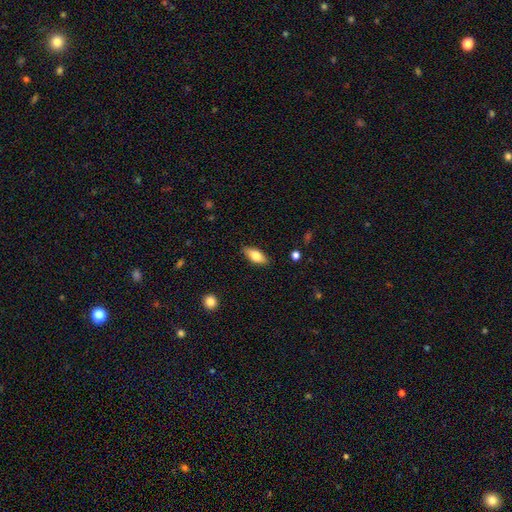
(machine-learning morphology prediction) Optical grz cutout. It shows a smooth galaxy with no disk features (74%) that is in between round and cigar-shaped (82%). Merging: none (86%).